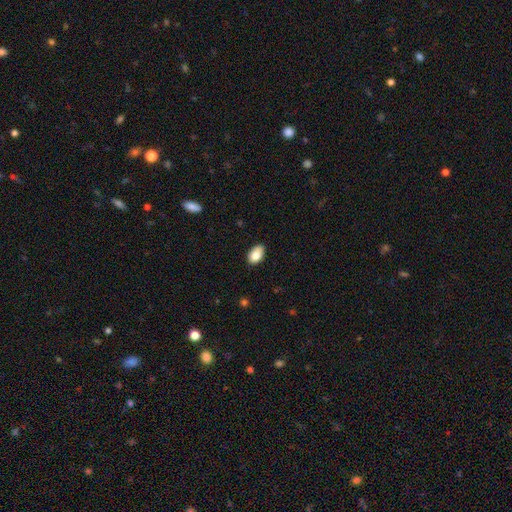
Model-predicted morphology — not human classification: Q: Smooth or featured?
A: smooth (82%); runner-up: featured or disk (10%)
Q: How rounded?
A: in between (92%); runner-up: round (7%)
Q: Merging?
A: none (81%); runner-up: minor disturbance (16%)